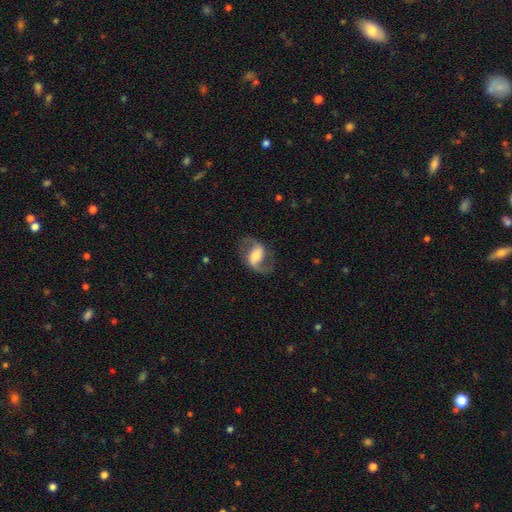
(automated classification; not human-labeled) This is clearly a featured or disk galaxy (82%). It is clearly not viewed edge-on (97%). Bar: marginally weak (41%). Spiral arm pattern: clearly yes (95%). Spiral arm count: clearly 2 (92%). Spiral winding: possibly loose (54%). Central bulge: marginally moderate (38%). Merging: likely none (76%).